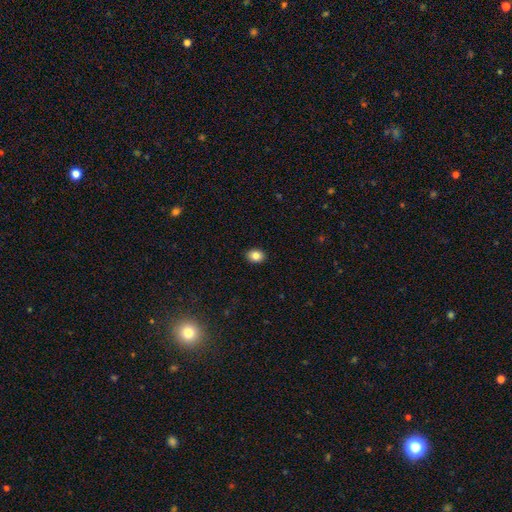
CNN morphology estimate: smooth-or-featured: smooth: 84% | star or artifact: 10% | featured or disk: 7%
  how-rounded: in between: 56% | round: 43% | cigar-shaped: 1%
  merging: none: 91% | minor disturbance: 7% | major disturbance: 2% | merger: 1%